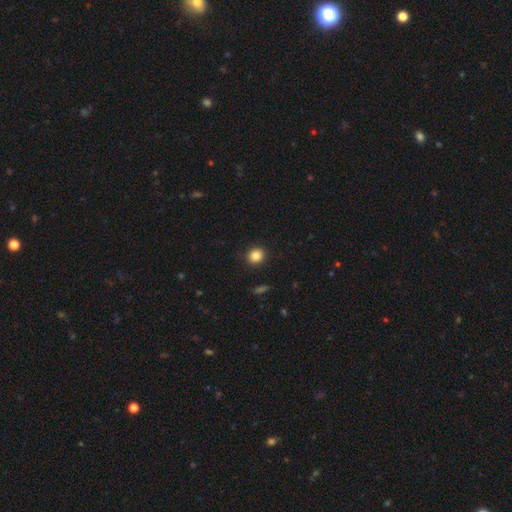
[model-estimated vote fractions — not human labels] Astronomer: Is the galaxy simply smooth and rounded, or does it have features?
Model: smooth — 85%.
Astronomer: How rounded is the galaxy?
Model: round — 82%.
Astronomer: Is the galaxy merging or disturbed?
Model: none — 91%.